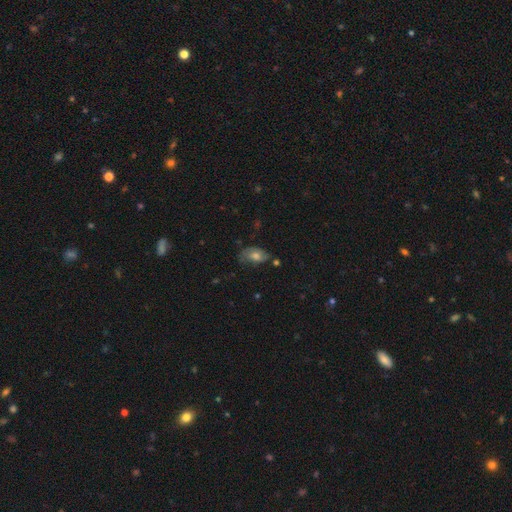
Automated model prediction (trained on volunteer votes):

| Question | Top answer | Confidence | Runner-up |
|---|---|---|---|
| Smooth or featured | smooth | 57% | featured or disk (32%) |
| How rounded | in between | 88% | round (9%) |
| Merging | none | 53% | minor disturbance (31%) |